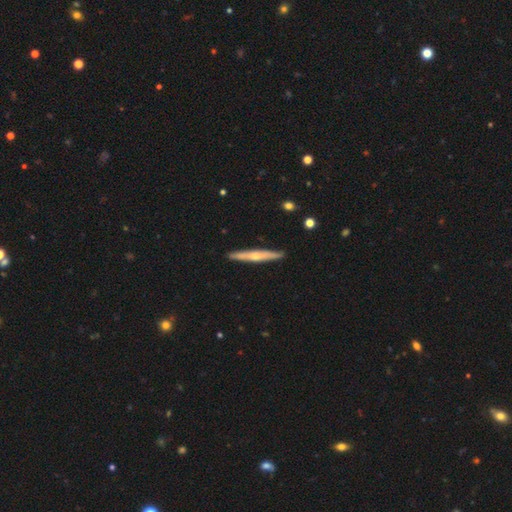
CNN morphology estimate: smooth_or_featured: featured or disk (p=0.60) [alt: smooth p=0.35]
disk_edge_on: yes (p=0.95) [alt: no p=0.05]
edge_on_bulge: rounded (p=0.78) [alt: none p=0.19]
merging: none (p=0.91) [alt: minor disturbance p=0.07]